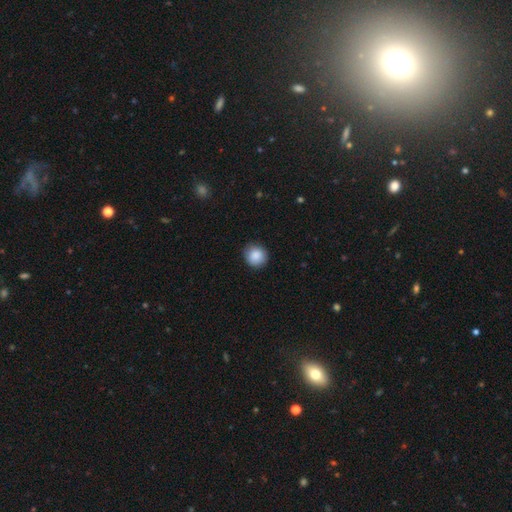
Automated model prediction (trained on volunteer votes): smooth_or_featured: smooth (p=0.88) [alt: star or artifact p=0.08]
how_rounded: round (p=0.91) [alt: in between p=0.09]
merging: none (p=0.86) [alt: minor disturbance p=0.11]